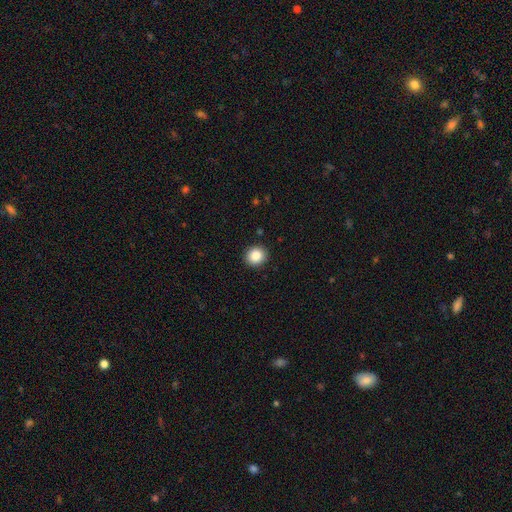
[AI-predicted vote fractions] smooth-or-featured: smooth: 87% | star or artifact: 9% | featured or disk: 4%
  how-rounded: round: 88% | in between: 11% | cigar-shaped: 1%
  merging: none: 92% | minor disturbance: 6% | major disturbance: 2% | merger: 1%